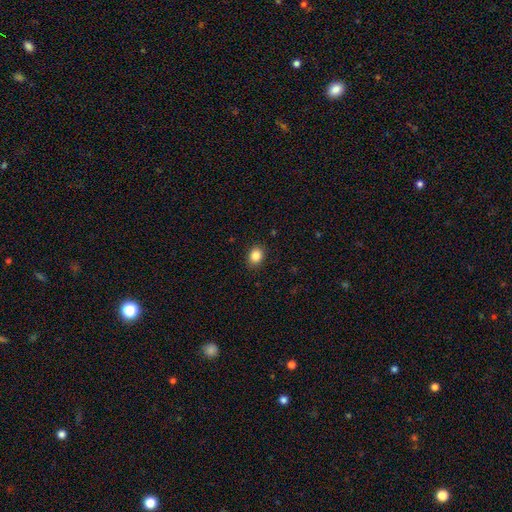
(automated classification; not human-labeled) Smooth or featured? Predicted: smooth (p=0.86). How rounded? Predicted: in between (p=0.51). Merging? Predicted: none (p=0.89).